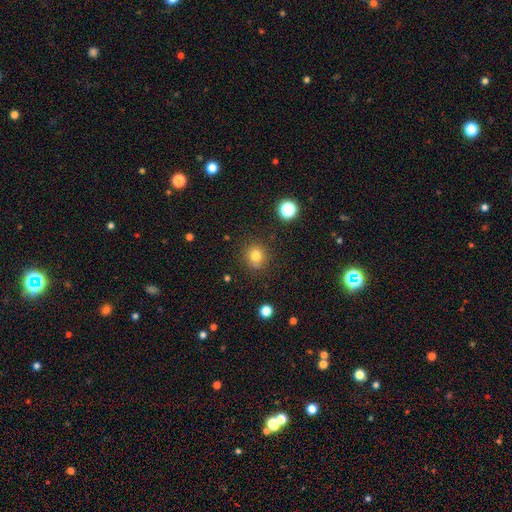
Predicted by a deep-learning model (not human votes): This is likely a smooth galaxy (79%). How rounded: clearly round (88%). Merging: clearly none (84%).